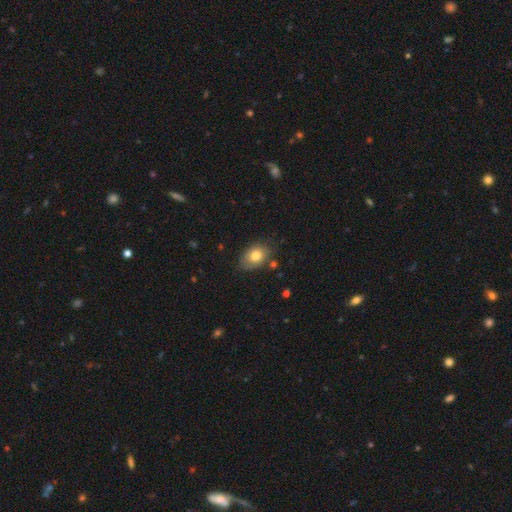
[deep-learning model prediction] smooth-or-featured: smooth: 79% | featured or disk: 13% | star or artifact: 8%
  how-rounded: in between: 77% | round: 22% | cigar-shaped: 1%
  merging: none: 71% | minor disturbance: 21% | major disturbance: 5% | merger: 3%